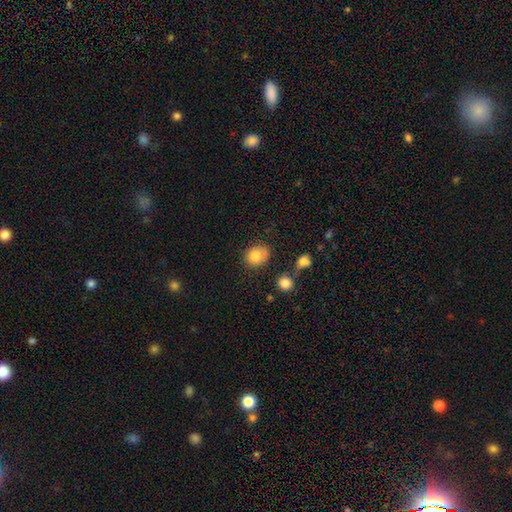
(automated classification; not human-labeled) This appears to be a smooth galaxy with no disk features (81%) that is round (58%). Merging: none (66%).